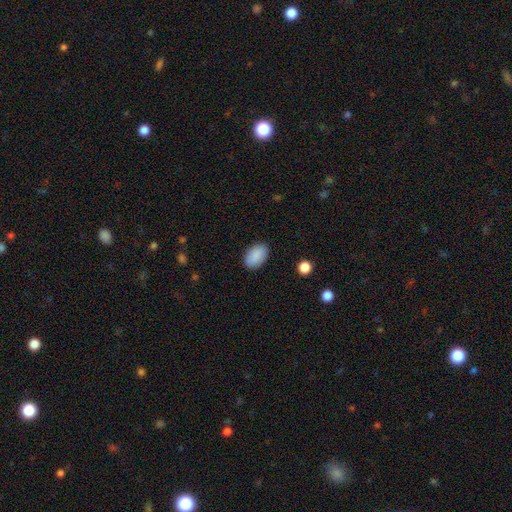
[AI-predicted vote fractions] Morphology: type=smooth (89%); roundness=in between (90%); merging=none (87%).